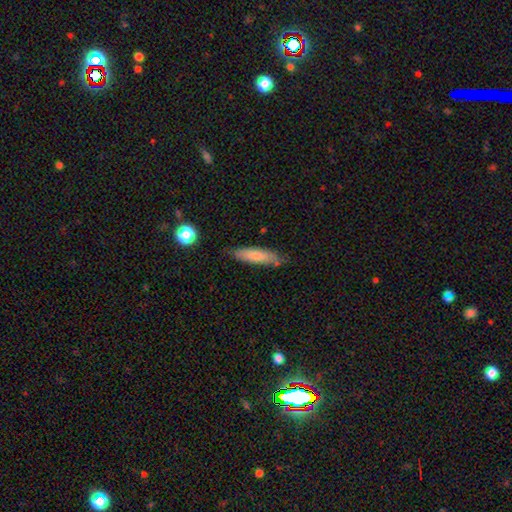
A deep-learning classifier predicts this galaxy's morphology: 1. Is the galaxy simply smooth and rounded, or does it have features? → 76% smooth, 17% featured or disk, 6% star or artifact.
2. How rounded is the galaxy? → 65% cigar-shaped, 33% in between, 2% round.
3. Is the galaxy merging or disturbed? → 73% none, 20% minor disturbance, 4% major disturbance, 3% merger.